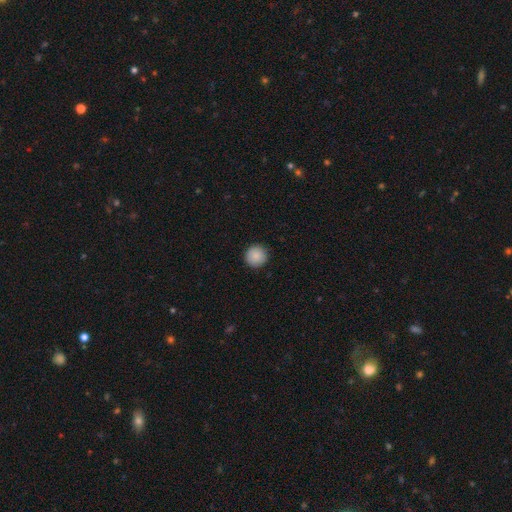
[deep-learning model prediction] Smooth or featured?
  - smooth: 89% *
  - star or artifact: 8%
  - featured or disk: 4%
How rounded?
  - round: 96% *
  - in between: 3%
  - cigar-shaped: 1%
Merging?
  - none: 92% *
  - minor disturbance: 5%
  - major disturbance: 2%
  - merger: 1%